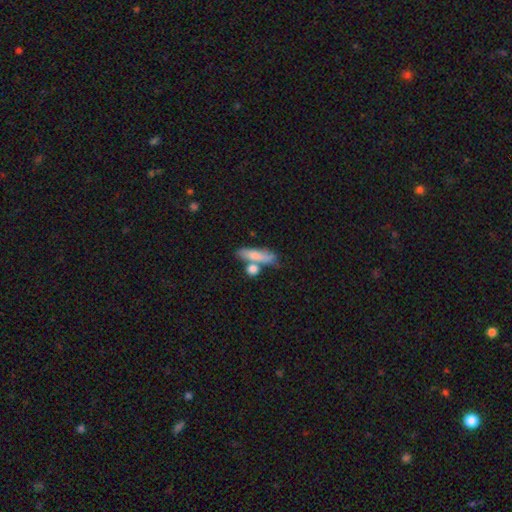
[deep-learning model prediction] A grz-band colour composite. It shows a smooth galaxy with no disk features (71%) that is cigar-shaped (52%). Merging: none (48%).